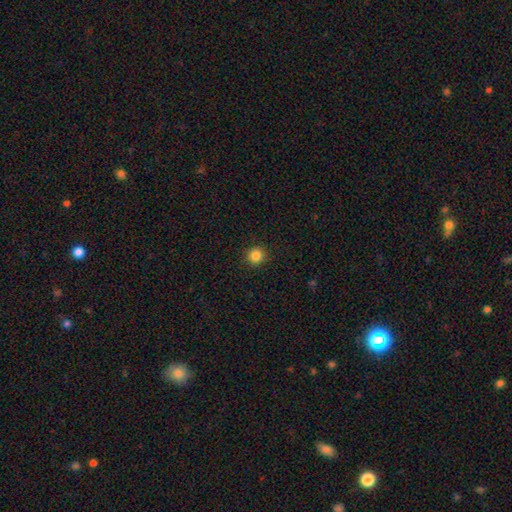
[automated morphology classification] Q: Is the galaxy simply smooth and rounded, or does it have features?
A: smooth — 84%.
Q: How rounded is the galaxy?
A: round — 94%.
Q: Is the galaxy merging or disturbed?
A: none — 92%.